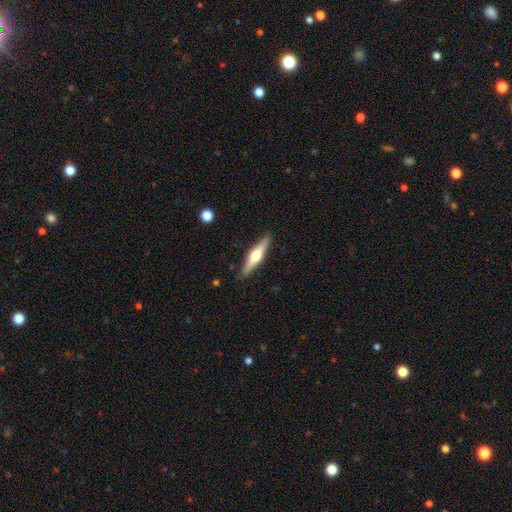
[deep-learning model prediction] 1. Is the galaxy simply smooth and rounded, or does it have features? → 61% featured or disk, 34% smooth, 5% star or artifact.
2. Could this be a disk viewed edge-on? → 96% yes, 4% no.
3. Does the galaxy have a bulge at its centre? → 92% rounded, 5% boxy, 3% none.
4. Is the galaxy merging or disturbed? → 90% none, 8% minor disturbance, 2% major disturbance, 1% merger.